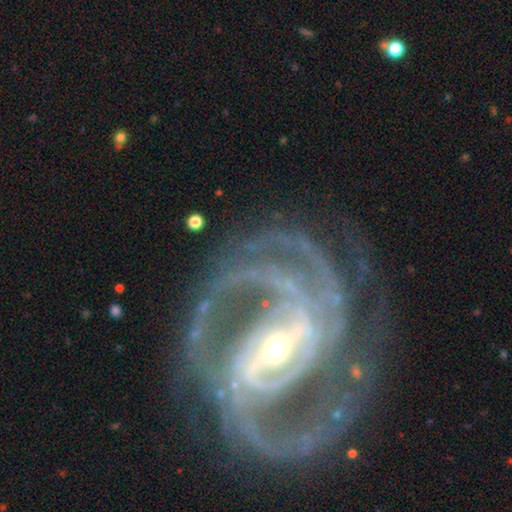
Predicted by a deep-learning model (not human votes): This appears to be a featured or disk galaxy (92%) with a strong bar (64%), 2 (38%) medium (49%) spiral arms (97%) and a small central bulge (69%). Merging: none (56%).